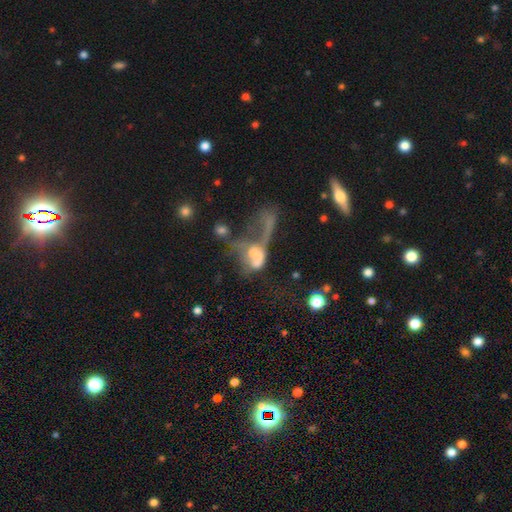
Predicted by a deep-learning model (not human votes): smooth_or_featured: featured or disk (p=0.44) [alt: smooth p=0.41]
merging: merger (p=0.46) [alt: major disturbance p=0.39]